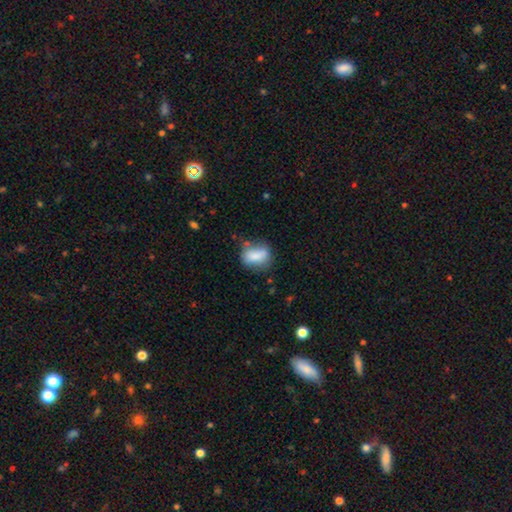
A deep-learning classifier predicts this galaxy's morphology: The model was most divided on "merging": none: 52%, minor disturbance: 27%, merger: 11%, major disturbance: 11%. More confident: smooth or featured — smooth (77%); how rounded — in between (72%).